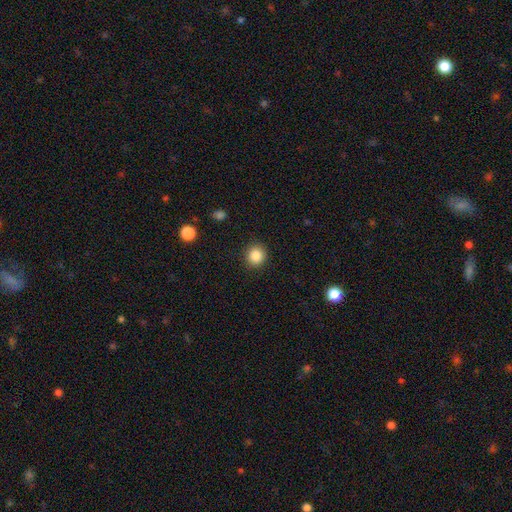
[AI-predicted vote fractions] Smooth or featured: smooth — 85% (star or artifact — 10%)
How rounded: round — 90% (in between — 9%)
Merging: none — 91% (minor disturbance — 6%)